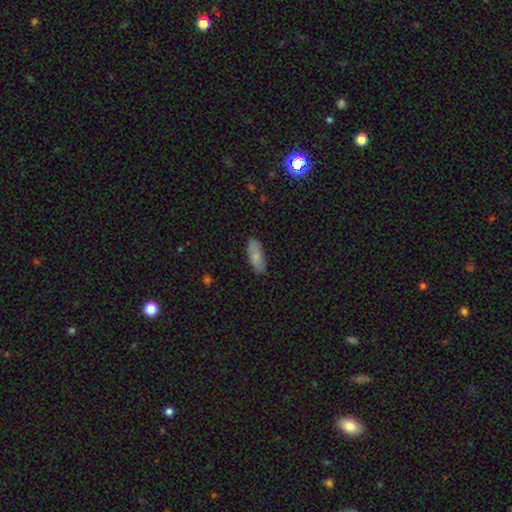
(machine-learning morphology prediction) Overall: smooth (77%). How rounded: in between (73%). Merging: none (84%).